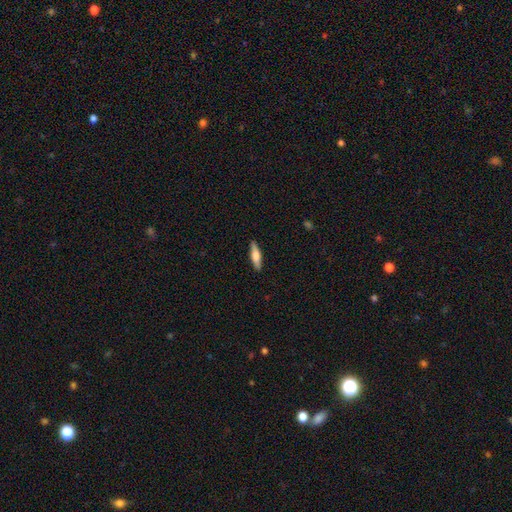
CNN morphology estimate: This appears to be a smooth galaxy with no disk features (64%) that is cigar-shaped (67%). Merging: none (88%).